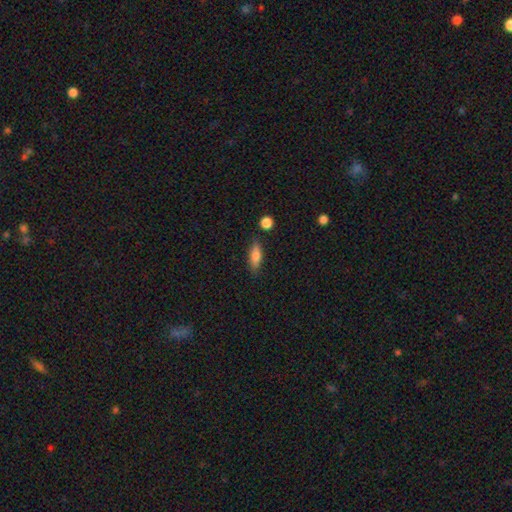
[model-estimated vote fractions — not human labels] Morphology: type=smooth (75%); roundness=in between (60%); merging=none (83%).